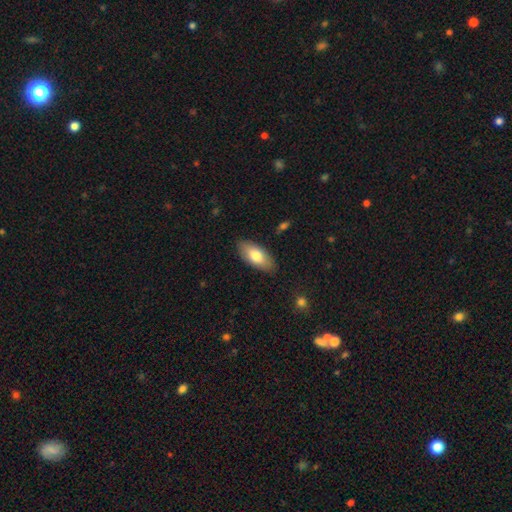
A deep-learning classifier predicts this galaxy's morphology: Smooth or featured? smooth (76%)
How rounded? in between (89%)
Merging? none (86%)